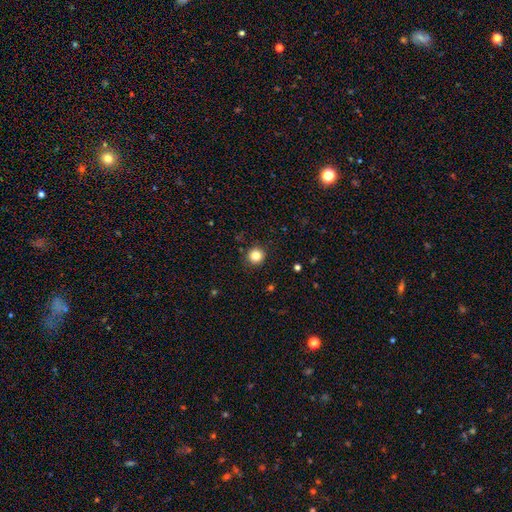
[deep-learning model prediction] smooth 83%, star or artifact 12%, featured or disk 6%. Down the decision tree: how rounded — round (95%); merging — none (91%).